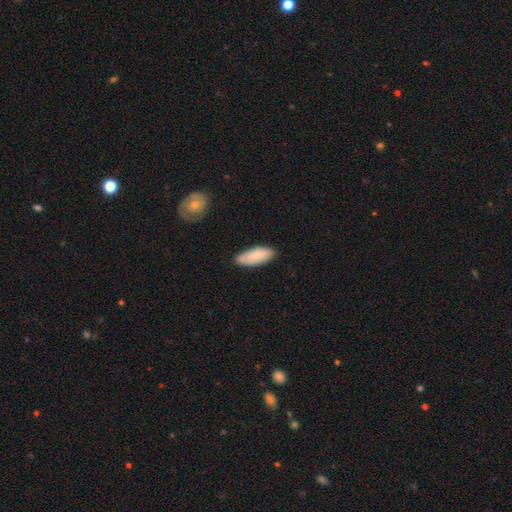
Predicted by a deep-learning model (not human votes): smooth-or-featured: smooth: 74% | featured or disk: 21% | star or artifact: 6%
  how-rounded: in between: 82% | cigar-shaped: 16% | round: 2%
  merging: none: 81% | minor disturbance: 15% | major disturbance: 2% | merger: 1%